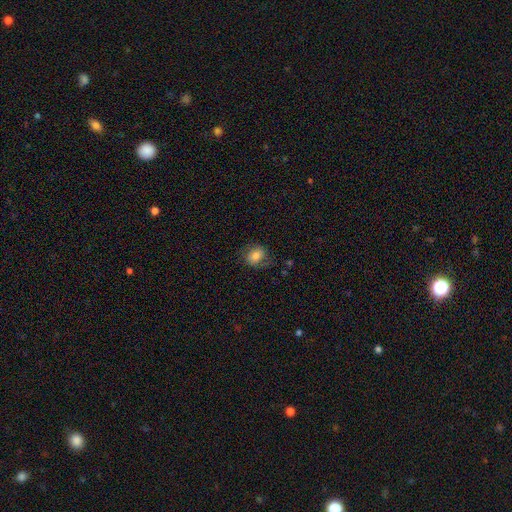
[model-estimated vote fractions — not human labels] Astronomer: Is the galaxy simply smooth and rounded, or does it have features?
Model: smooth — 71%.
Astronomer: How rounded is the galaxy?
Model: round — 55% (runner-up: in between, 44%).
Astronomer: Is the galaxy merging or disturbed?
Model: none — 70%.